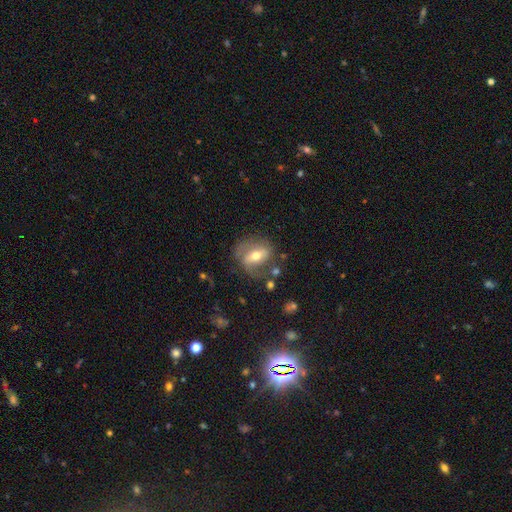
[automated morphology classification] Overall: featured or disk (61%; smooth 32%). Edge-on disk: no (91%). Bar: strong (44%; weak 34%). Spiral arms: yes (69%; no 31%). Bulge size: moderate (69%). Merging: none (61%; minor disturbance 21%).